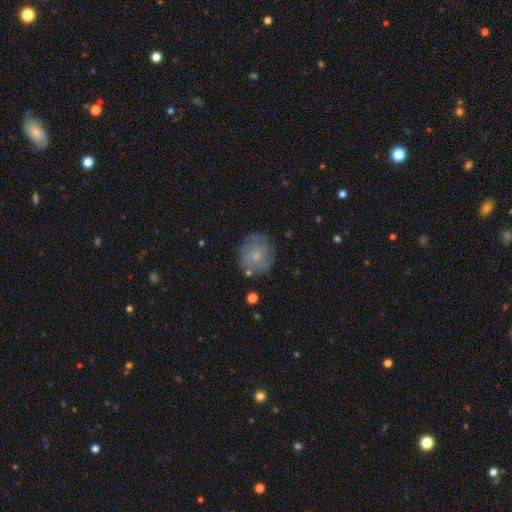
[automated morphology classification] Smooth or featured: featured or disk — 46% (smooth — 45%)
Merging: none — 73% (minor disturbance — 17%)